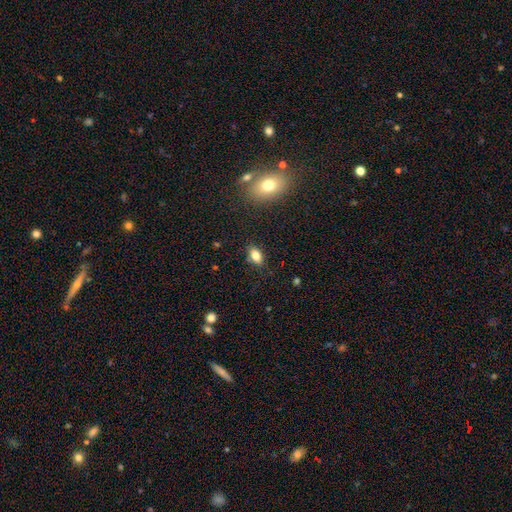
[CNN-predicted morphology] This is likely a smooth galaxy (80%). How rounded: clearly in between (87%). Merging: clearly none (83%).